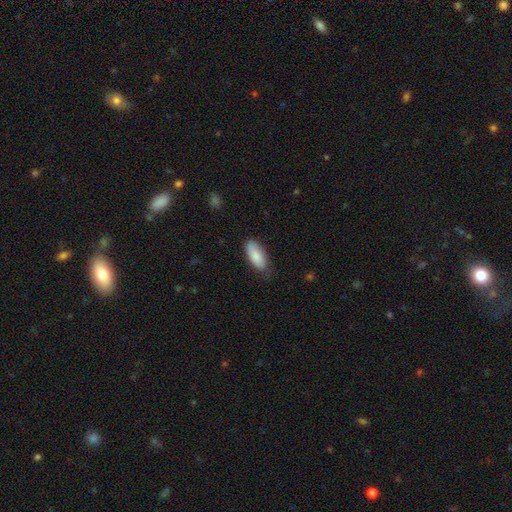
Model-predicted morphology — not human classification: Smooth or featured?
  - smooth: 84% *
  - featured or disk: 10%
  - star or artifact: 6%
How rounded?
  - in between: 86% *
  - cigar-shaped: 12%
  - round: 2%
Merging?
  - none: 71% *
  - minor disturbance: 24%
  - major disturbance: 4%
  - merger: 1%